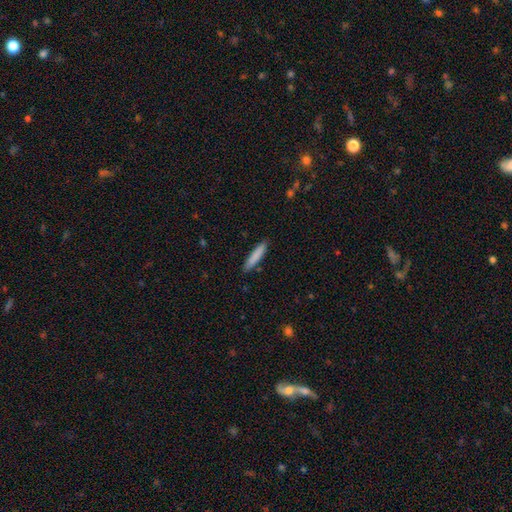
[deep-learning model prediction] smooth-or-featured: smooth: 83% | featured or disk: 11% | star or artifact: 6%
  how-rounded: cigar-shaped: 88% | in between: 11% | round: 1%
  merging: none: 88% | minor disturbance: 9% | major disturbance: 2% | merger: 2%